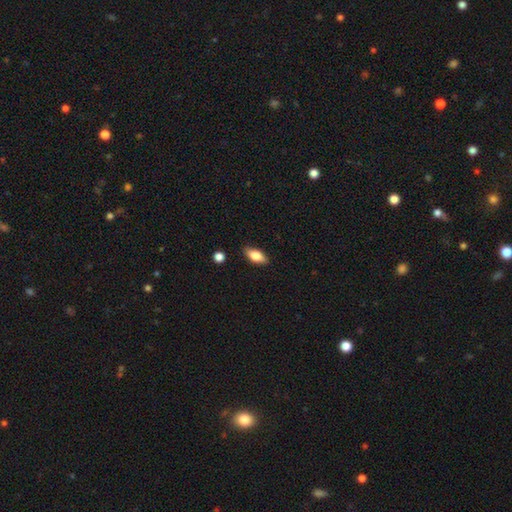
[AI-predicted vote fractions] The model was most divided on "smooth or featured": smooth: 77%, featured or disk: 16%, star or artifact: 7%. More confident: merging — none (86%); how rounded — in between (86%).